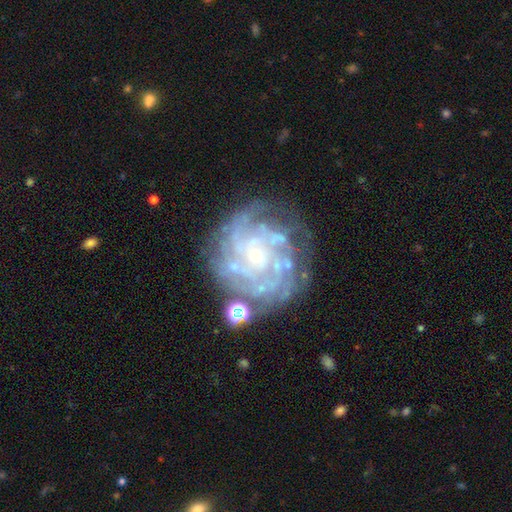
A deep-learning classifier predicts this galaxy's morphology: This is clearly a featured or disk galaxy (85%). It is clearly not viewed edge-on (98%). Bar: likely no (76%). Spiral arm pattern: clearly yes (94%). Spiral arm count: marginally can't tell (31%). Spiral winding: likely tight (73%). Central bulge: likely small (73%). Merging: likely none (72%).